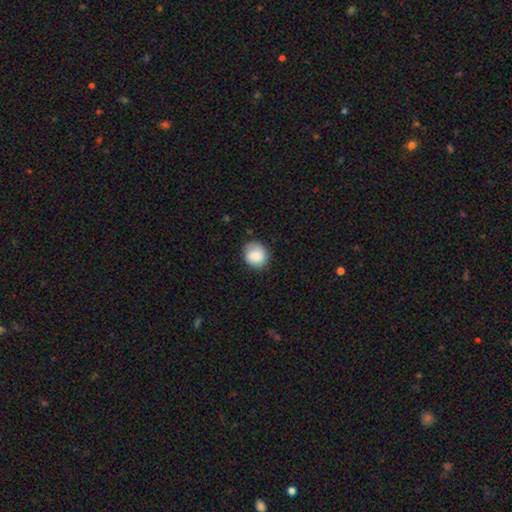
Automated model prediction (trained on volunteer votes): Smooth or featured? Predicted: smooth (p=0.84). How rounded? Predicted: round (p=0.79). Merging? Predicted: none (p=0.77).